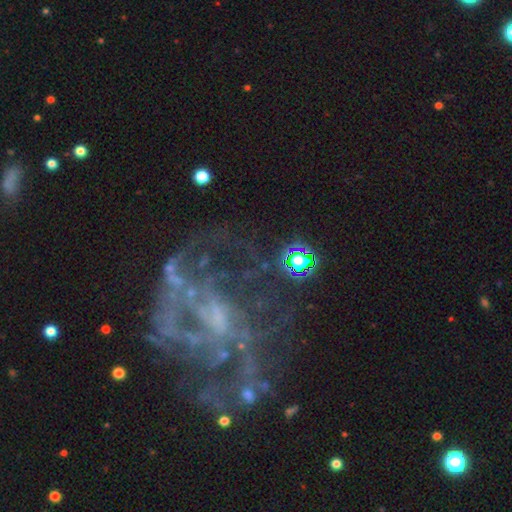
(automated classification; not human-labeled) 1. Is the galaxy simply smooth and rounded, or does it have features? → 77% featured or disk, 16% star or artifact, 8% smooth.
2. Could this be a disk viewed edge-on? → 97% no, 3% yes.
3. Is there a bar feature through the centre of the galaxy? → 57% no, 32% weak, 11% strong.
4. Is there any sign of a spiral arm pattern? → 68% yes, 32% no.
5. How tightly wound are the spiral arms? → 42% medium, 33% loose, 25% tight.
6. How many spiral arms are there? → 42% can't tell, 22% 2, 14% 3, 8% 1, 8% 4, 6% more than 4.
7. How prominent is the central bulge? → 44% none, 32% small, 20% moderate, 3% large, 1% dominant.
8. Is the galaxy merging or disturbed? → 48% none, 31% major disturbance, 16% minor disturbance, 5% merger.